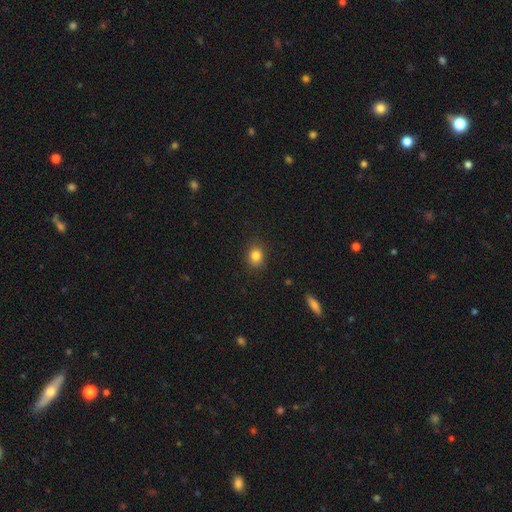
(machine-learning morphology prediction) smooth_or_featured: smooth (p=0.83) [alt: star or artifact p=0.11]
how_rounded: round (p=0.65) [alt: in between p=0.34]
merging: none (p=0.87) [alt: minor disturbance p=0.09]